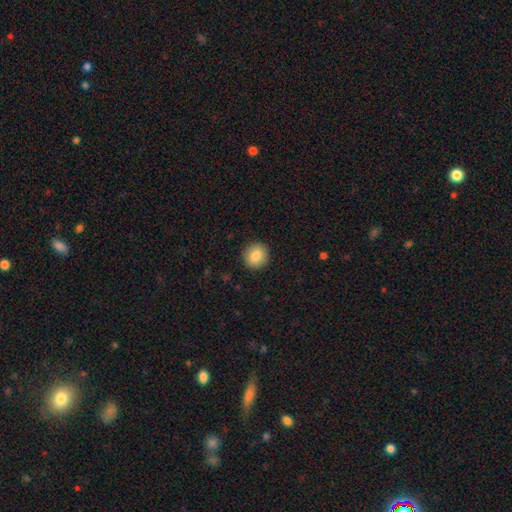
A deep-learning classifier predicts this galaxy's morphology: Smooth or featured? smooth (86%)
How rounded? round (89%)
Merging? none (91%)